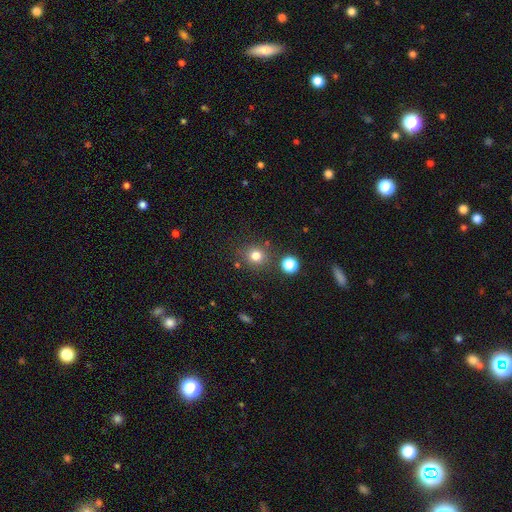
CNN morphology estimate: This appears to be a smooth galaxy with no disk features (78%) that is round (87%). Merging: none (81%).